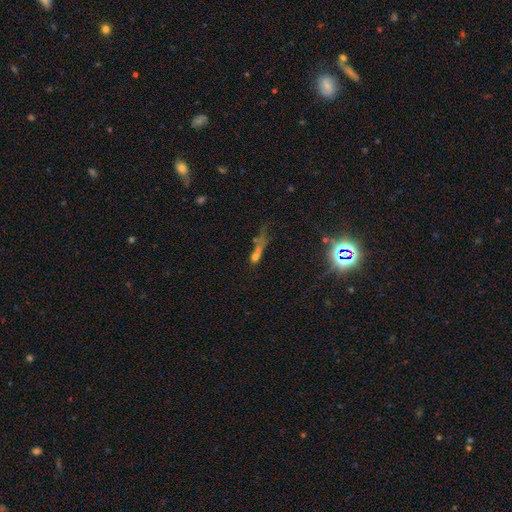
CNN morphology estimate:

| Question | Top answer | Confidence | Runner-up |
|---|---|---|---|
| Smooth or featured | smooth | 42% | star or artifact (35%) |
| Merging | none | 38% | major disturbance (24%) |